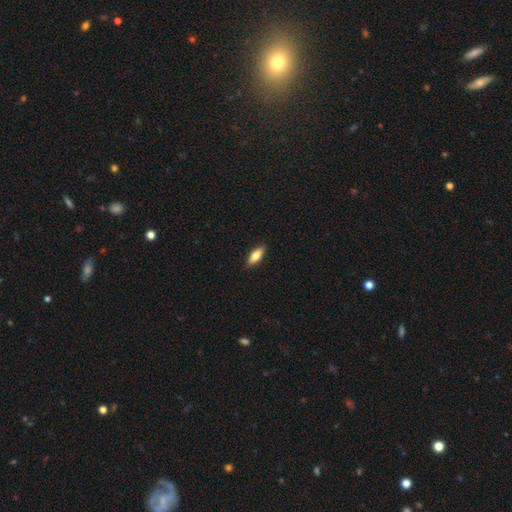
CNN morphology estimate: smooth-or-featured: smooth: 77% | featured or disk: 17% | star or artifact: 6%
  how-rounded: in between: 67% | cigar-shaped: 31% | round: 2%
  merging: none: 88% | minor disturbance: 9% | major disturbance: 2% | merger: 1%